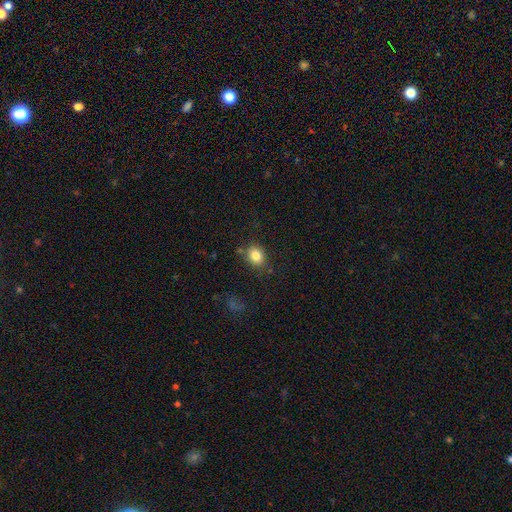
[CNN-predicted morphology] Smooth or featured?
  - smooth: 83% *
  - star or artifact: 10%
  - featured or disk: 7%
How rounded?
  - round: 55% *
  - in between: 44%
  - cigar-shaped: 1%
Merging?
  - none: 80% *
  - minor disturbance: 13%
  - major disturbance: 4%
  - merger: 4%